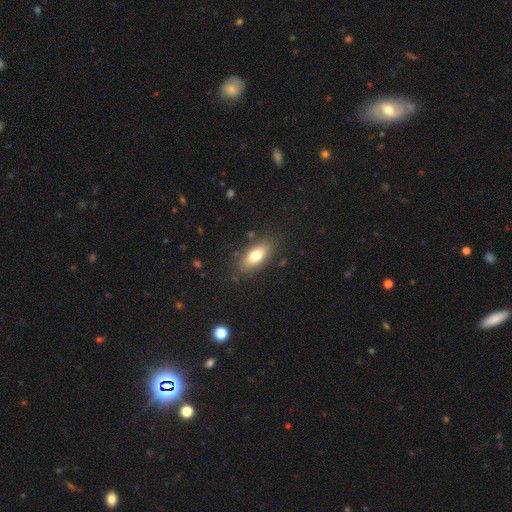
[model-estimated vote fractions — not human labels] The model was most divided on "smooth or featured": smooth: 74%, featured or disk: 18%, star or artifact: 8%. More confident: merging — none (83%); how rounded — in between (82%).